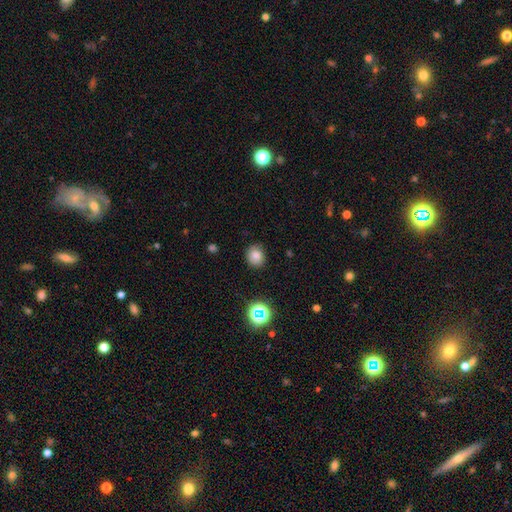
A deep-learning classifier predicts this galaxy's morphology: The model was most divided on "how rounded": round: 72%, in between: 27%, cigar-shaped: 1%. More confident: merging — none (82%); smooth or featured — smooth (78%).